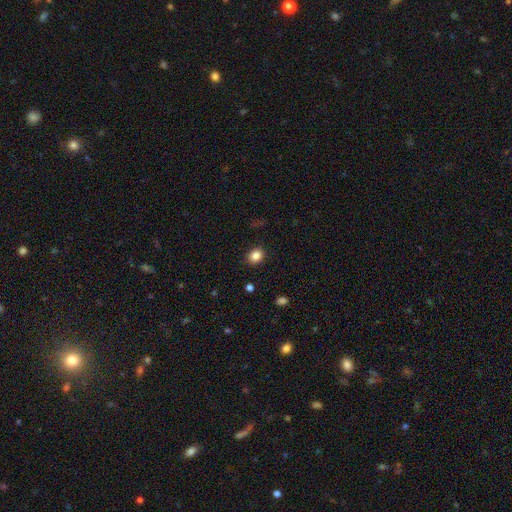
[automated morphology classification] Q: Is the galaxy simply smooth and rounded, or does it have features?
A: smooth — 85%.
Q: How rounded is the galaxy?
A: round — 63%.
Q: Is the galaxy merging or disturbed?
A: none — 89%.